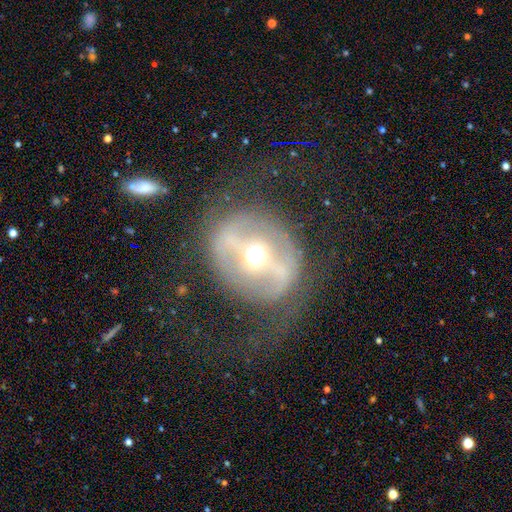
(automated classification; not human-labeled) Morphology: type=featured or disk (73%); edge-on=no (91%); bar=strong (59%); spiral arms=no (58%); bulge=moderate (67%); merging=none (67%).